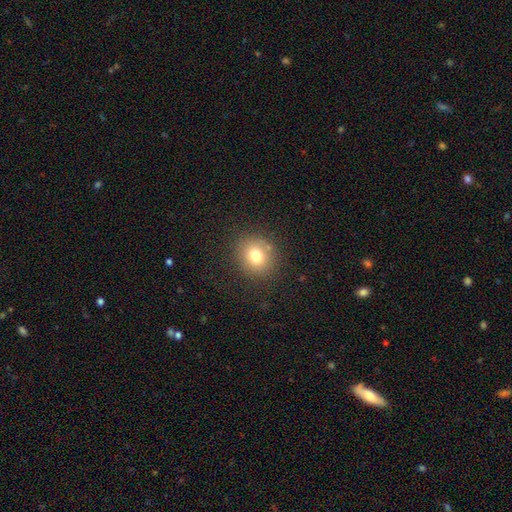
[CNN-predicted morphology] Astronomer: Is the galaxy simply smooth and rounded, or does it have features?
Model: smooth — 76%.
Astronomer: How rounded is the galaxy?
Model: round — 81%.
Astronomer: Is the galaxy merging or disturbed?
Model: none — 84%.